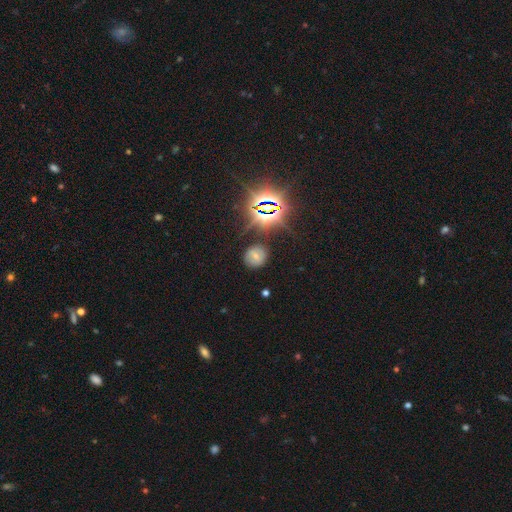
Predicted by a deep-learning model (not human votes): This appears to be a smooth galaxy with no disk features (48%). Merging: none (80%).